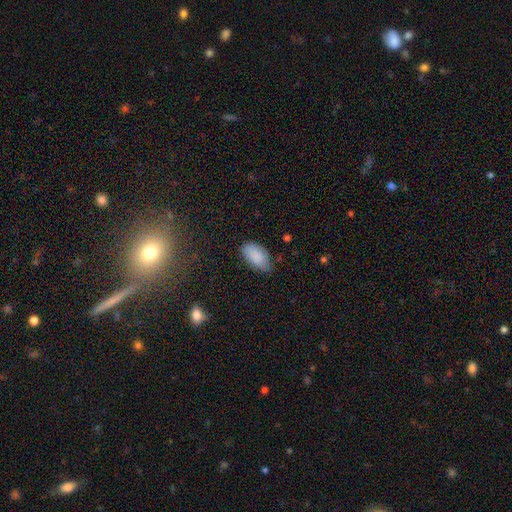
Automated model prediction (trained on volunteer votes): Smooth or featured: smooth — 88% (star or artifact — 7%)
How rounded: in between — 95% (round — 3%)
Merging: none — 67% (minor disturbance — 27%)